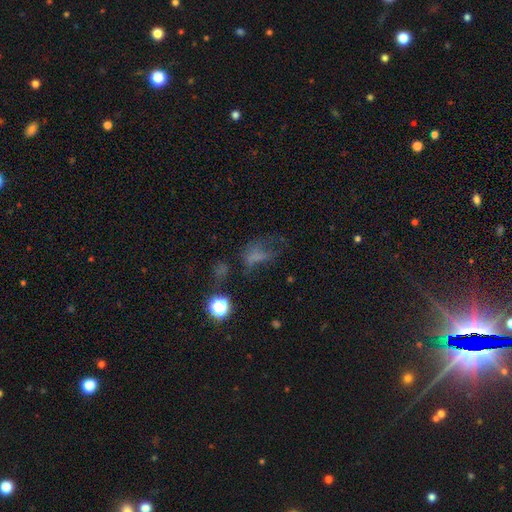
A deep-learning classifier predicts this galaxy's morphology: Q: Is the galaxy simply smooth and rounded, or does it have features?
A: smooth — 41%.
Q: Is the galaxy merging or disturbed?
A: major disturbance — 41%.